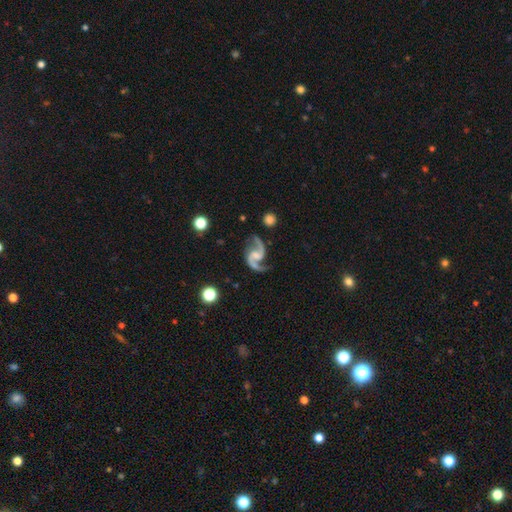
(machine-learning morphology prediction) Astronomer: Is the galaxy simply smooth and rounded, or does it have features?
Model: featured or disk — 93%.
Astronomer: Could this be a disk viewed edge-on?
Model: no — 98%.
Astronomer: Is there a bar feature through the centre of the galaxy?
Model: weak — 45% (runner-up: no, 39%).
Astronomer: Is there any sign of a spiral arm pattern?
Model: yes — 98%.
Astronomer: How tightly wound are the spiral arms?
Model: loose — 52% (runner-up: medium, 41%).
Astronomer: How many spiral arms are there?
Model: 2 — 94%.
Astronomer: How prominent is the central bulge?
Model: none — 41% (runner-up: small, 31%).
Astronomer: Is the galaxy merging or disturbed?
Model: none — 76%.